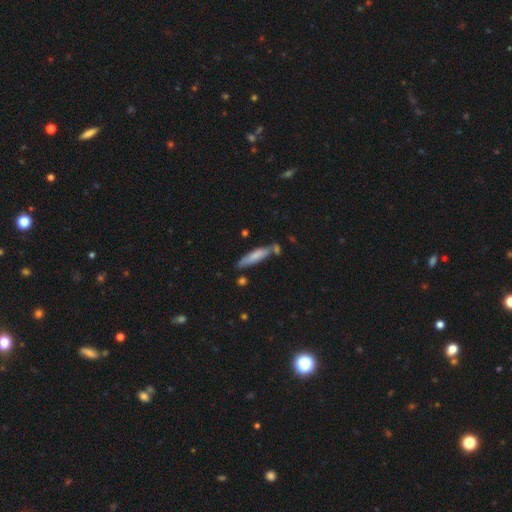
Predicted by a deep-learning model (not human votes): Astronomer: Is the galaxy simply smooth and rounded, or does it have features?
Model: smooth — 75%.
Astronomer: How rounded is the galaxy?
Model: cigar-shaped — 78%.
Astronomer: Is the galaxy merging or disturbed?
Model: none — 68%.